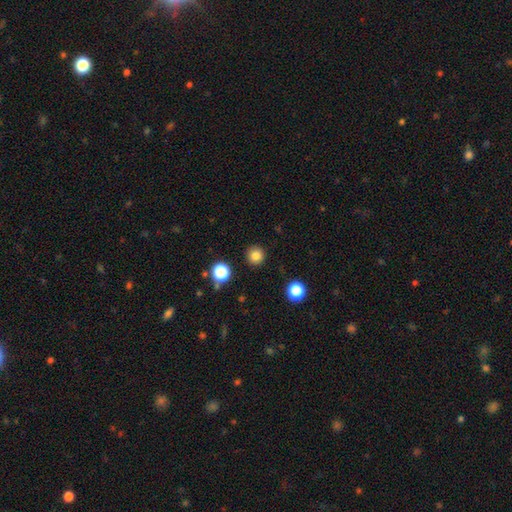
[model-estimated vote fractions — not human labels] Smooth or featured?
  - smooth: 82% *
  - star or artifact: 13%
  - featured or disk: 5%
How rounded?
  - round: 95% *
  - in between: 4%
  - cigar-shaped: 1%
Merging?
  - none: 91% *
  - minor disturbance: 5%
  - major disturbance: 2%
  - merger: 1%